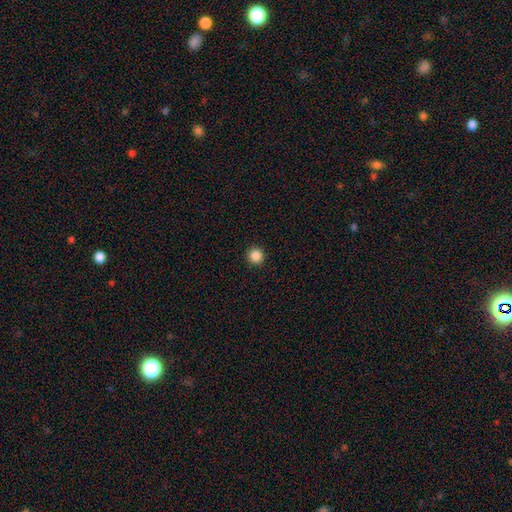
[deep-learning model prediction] smooth-or-featured: smooth: 86% | star or artifact: 11% | featured or disk: 3%
  how-rounded: round: 95% | in between: 4% | cigar-shaped: 1%
  merging: none: 93% | minor disturbance: 4% | major disturbance: 2% | merger: 1%